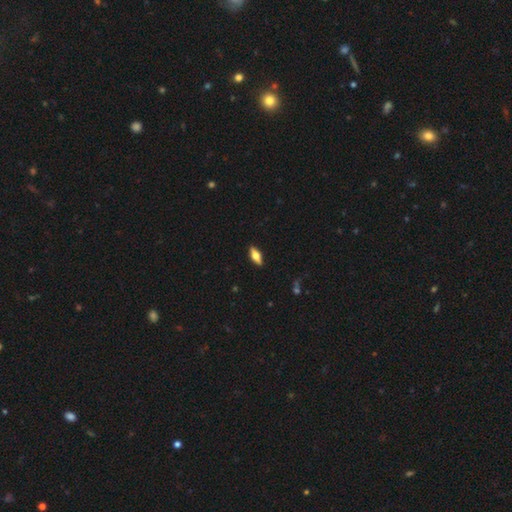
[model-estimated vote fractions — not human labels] Morphology: type=smooth (60%); roundness=in between (74%); merging=none (89%).